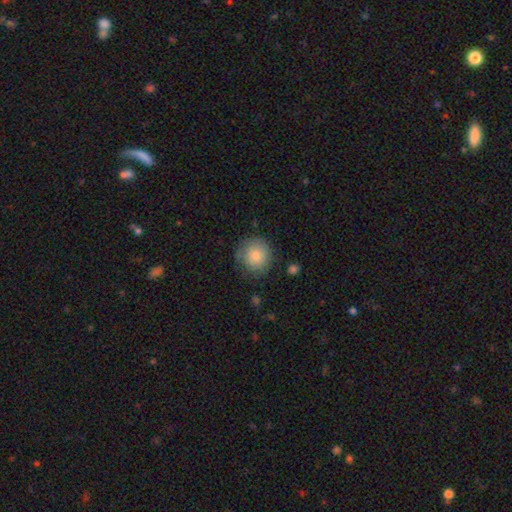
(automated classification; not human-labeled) A smooth galaxy with no disk features (83%) that is round (92%).

Vote fractions:
- Smooth or featured? smooth: 83% / featured or disk: 9% / star or artifact: 8%
- How rounded? round: 92% / in between: 7% / cigar-shaped: 1%
- Merging? none: 78% / minor disturbance: 16% / major disturbance: 5% / merger: 2%